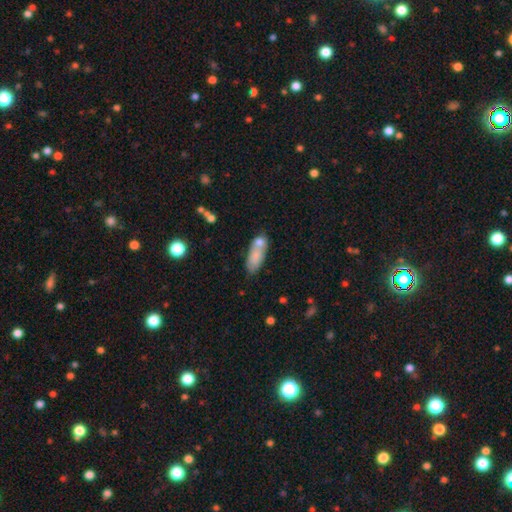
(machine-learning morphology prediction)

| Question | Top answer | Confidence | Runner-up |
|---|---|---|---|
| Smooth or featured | smooth | 77% | featured or disk (15%) |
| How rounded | in between | 74% | cigar-shaped (23%) |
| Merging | none | 50% | merger (27%) |